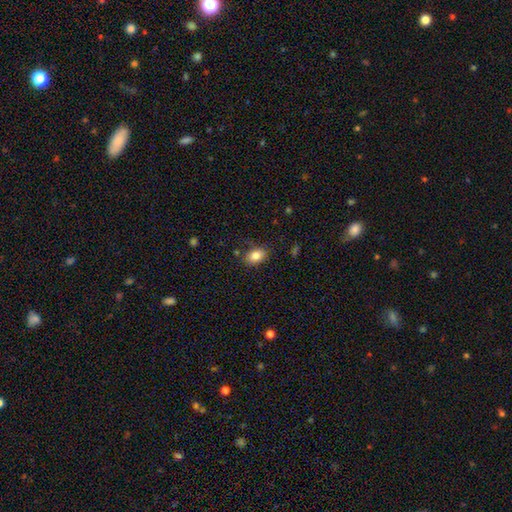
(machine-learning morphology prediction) This appears to be a smooth galaxy with no disk features (85%) that is in between round and cigar-shaped (82%). Merging: none (80%).